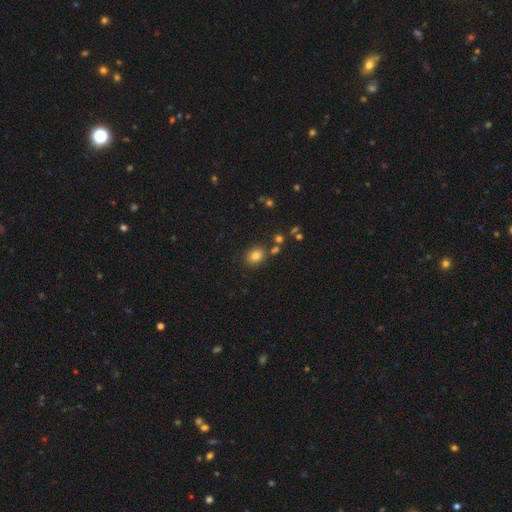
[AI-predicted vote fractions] smooth 80%, star or artifact 12%, featured or disk 8%. Down the decision tree: how rounded — round (57%); merging — none (81%).